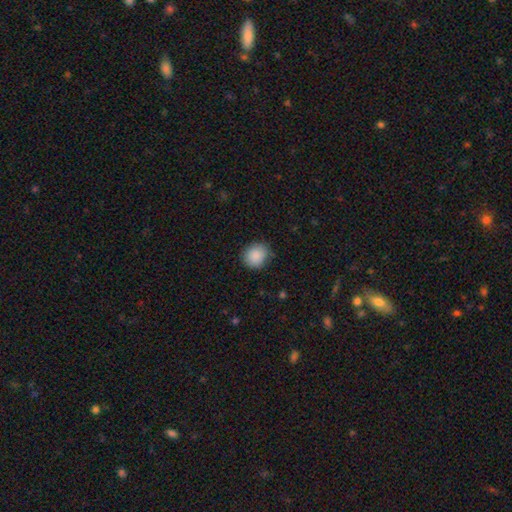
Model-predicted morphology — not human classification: Smooth or featured?
  - smooth: 89% *
  - star or artifact: 8%
  - featured or disk: 4%
How rounded?
  - round: 82% *
  - in between: 18%
  - cigar-shaped: 1%
Merging?
  - none: 80% *
  - minor disturbance: 15%
  - major disturbance: 3%
  - merger: 1%